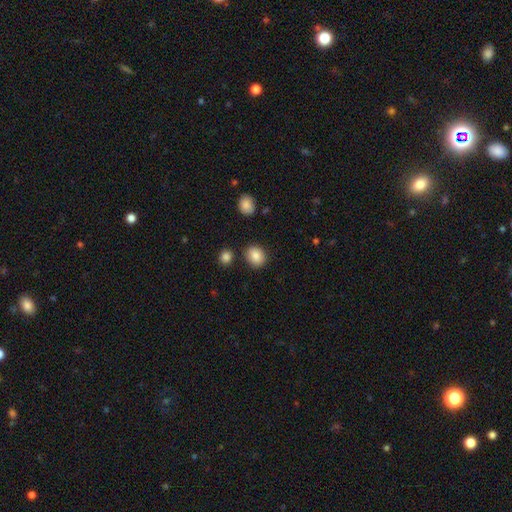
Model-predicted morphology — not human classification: Smooth or featured?
  - smooth: 86% *
  - star or artifact: 9%
  - featured or disk: 5%
How rounded?
  - round: 59% *
  - in between: 40%
  - cigar-shaped: 1%
Merging?
  - none: 84% *
  - minor disturbance: 9%
  - merger: 4%
  - major disturbance: 3%